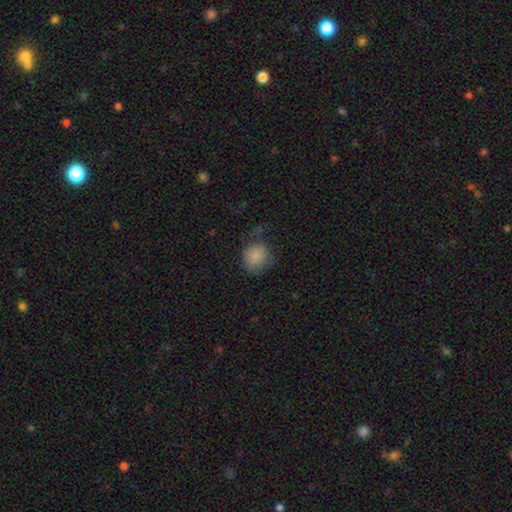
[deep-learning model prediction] Morphology: type=smooth (83%); roundness=round (76%); merging=none (62%).